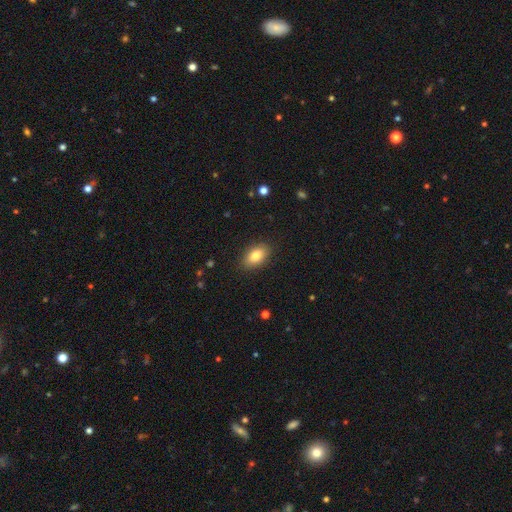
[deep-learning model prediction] Smooth or featured?
  - smooth: 81% *
  - featured or disk: 11%
  - star or artifact: 8%
How rounded?
  - in between: 89% *
  - round: 8%
  - cigar-shaped: 3%
Merging?
  - none: 87% *
  - minor disturbance: 9%
  - major disturbance: 2%
  - merger: 1%